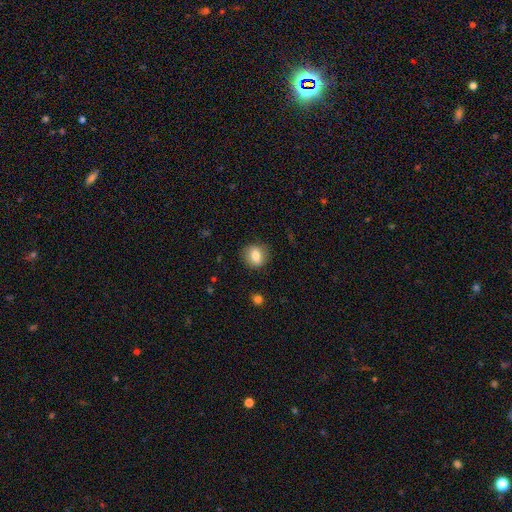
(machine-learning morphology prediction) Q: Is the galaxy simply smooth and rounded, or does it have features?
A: smooth — 79%.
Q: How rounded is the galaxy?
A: round — 66%.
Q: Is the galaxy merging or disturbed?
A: none — 84%.